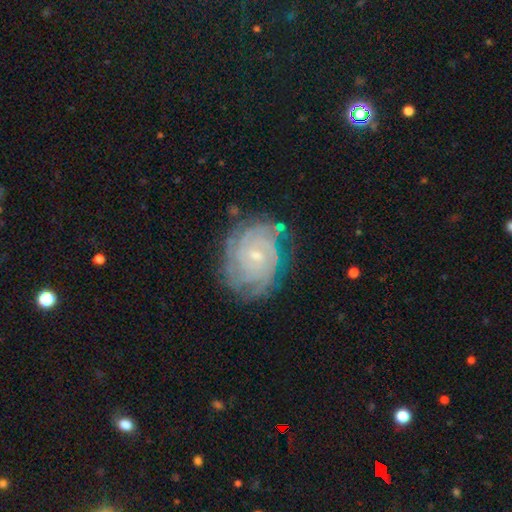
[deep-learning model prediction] Smooth or featured? featured or disk (85%)
Edge-on disk? no (97%)
Bar? no (68%)
Spiral arms? yes (97%)
Spiral winding? tight (81%)
Spiral arm count? can't tell (28%)
Bulge size? small (75%)
Merging? none (75%)